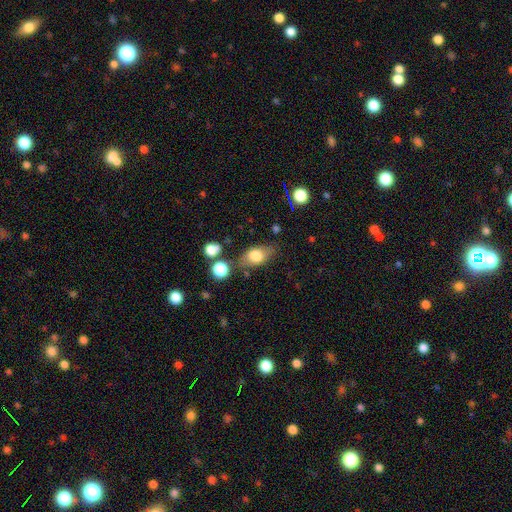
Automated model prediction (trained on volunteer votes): Smooth or featured?
  - smooth: 74% *
  - featured or disk: 17%
  - star or artifact: 8%
How rounded?
  - in between: 83% *
  - round: 12%
  - cigar-shaped: 5%
Merging?
  - none: 70% *
  - minor disturbance: 18%
  - merger: 7%
  - major disturbance: 5%